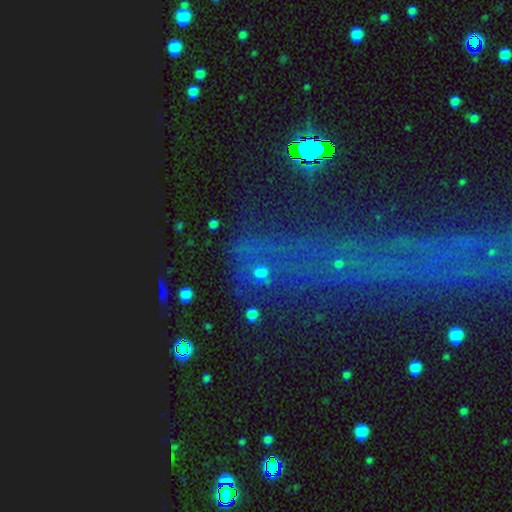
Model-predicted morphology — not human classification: Overall: star or artifact (72%).